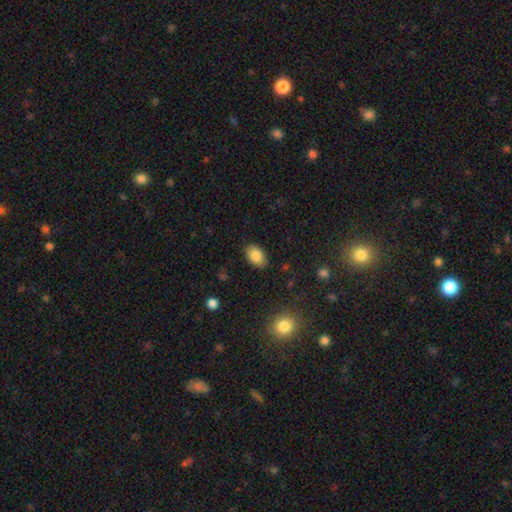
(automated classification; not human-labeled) This appears to be a smooth galaxy with no disk features (85%) that is in between round and cigar-shaped (87%). Merging: none (86%).